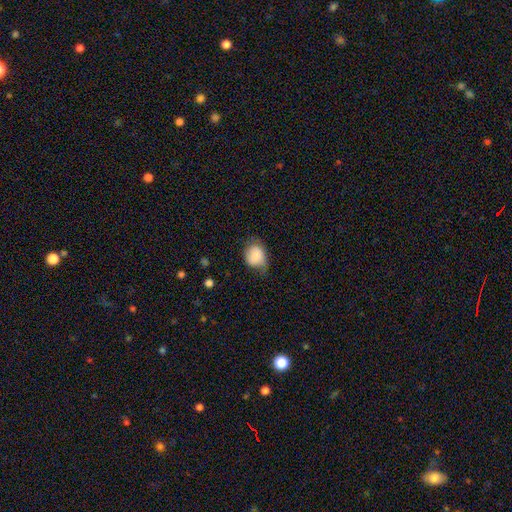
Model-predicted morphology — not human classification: smooth_or_featured: smooth (p=0.78) [alt: featured or disk p=0.14]
how_rounded: round (p=0.51) [alt: in between p=0.48]
merging: none (p=0.43) [alt: minor disturbance p=0.40]